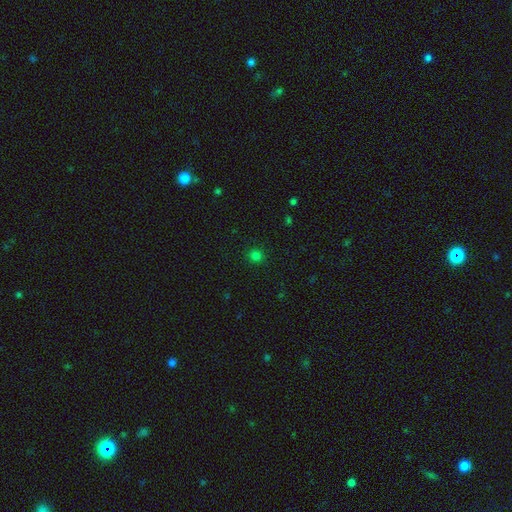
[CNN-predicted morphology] smooth_or_featured: smooth (p=0.79) [alt: star or artifact p=0.17]
how_rounded: round (p=0.92) [alt: in between p=0.07]
merging: none (p=0.91) [alt: minor disturbance p=0.06]